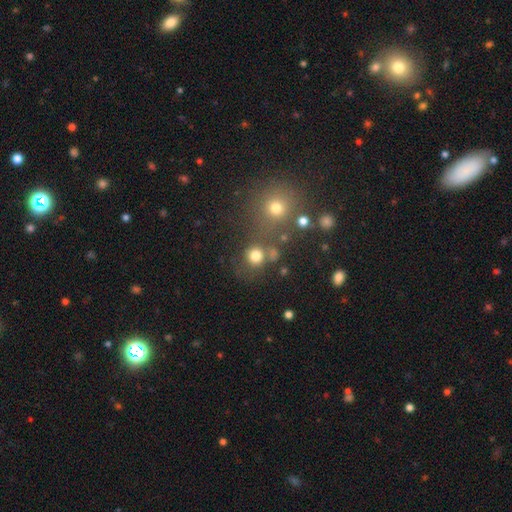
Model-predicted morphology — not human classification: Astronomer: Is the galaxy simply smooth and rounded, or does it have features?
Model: smooth — 77%.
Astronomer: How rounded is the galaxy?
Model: round — 88%.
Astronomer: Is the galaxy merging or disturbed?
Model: none — 67%.